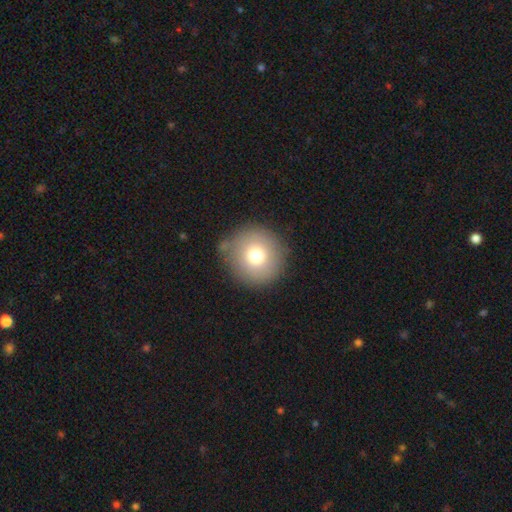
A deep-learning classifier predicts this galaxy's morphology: Overall: smooth (74%). How rounded: round (95%). Merging: none (83%).